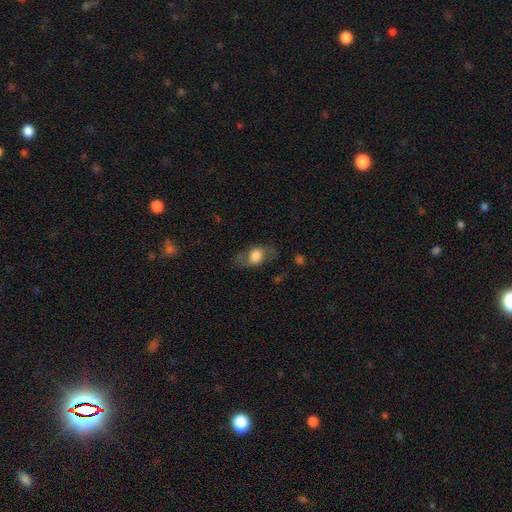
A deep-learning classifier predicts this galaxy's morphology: Smooth or featured? Predicted: smooth (p=0.61). How rounded? Predicted: in between (p=0.80). Merging? Predicted: none (p=0.69).